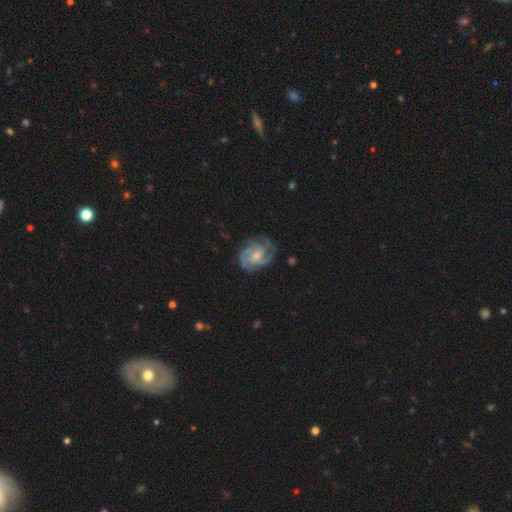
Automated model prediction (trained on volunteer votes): Smooth or featured? Predicted: featured or disk (p=0.87). Edge-on disk? Predicted: no (p=0.98). Bar? Predicted: no (p=0.60). Spiral arms? Predicted: yes (p=0.98). Spiral winding? Predicted: tight (p=0.53). Spiral arm count? Predicted: 3 (p=0.36). Bulge size? Predicted: moderate (p=0.46). Merging? Predicted: none (p=0.75).